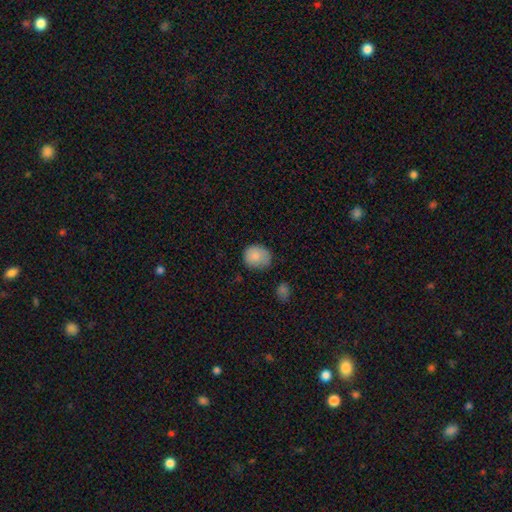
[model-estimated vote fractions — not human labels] Smooth or featured?
  - smooth: 85% *
  - star or artifact: 8%
  - featured or disk: 6%
How rounded?
  - round: 74% *
  - in between: 26%
  - cigar-shaped: 1%
Merging?
  - none: 62% *
  - minor disturbance: 29%
  - major disturbance: 6%
  - merger: 3%